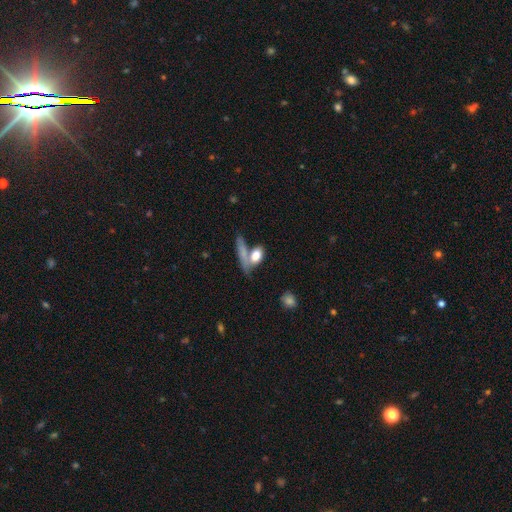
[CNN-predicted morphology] type=smooth (77%); roundness=in between (69%); merging=none (40%).